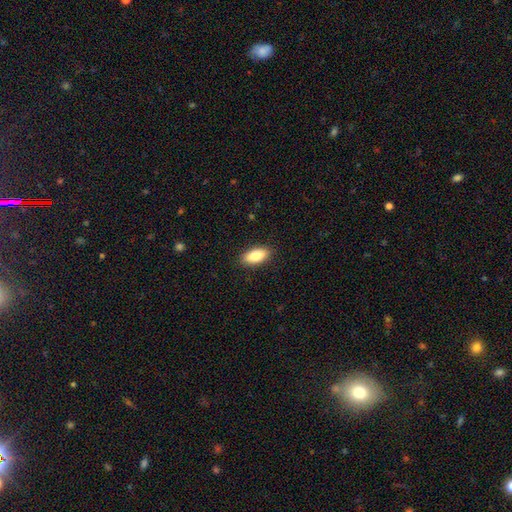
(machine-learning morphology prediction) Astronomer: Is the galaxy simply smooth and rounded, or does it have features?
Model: smooth — 85%.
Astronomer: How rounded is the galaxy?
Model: in between — 87%.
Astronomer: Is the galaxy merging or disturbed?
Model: none — 89%.